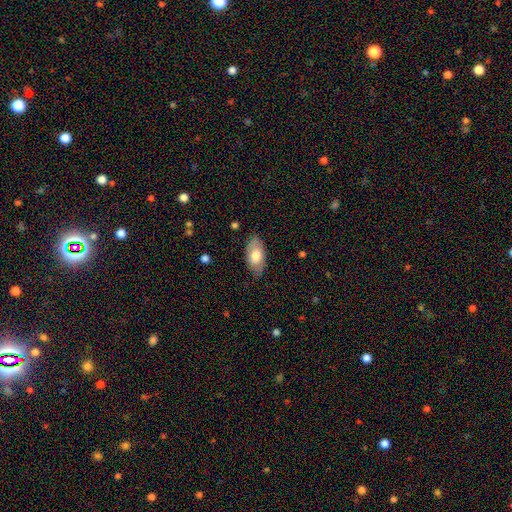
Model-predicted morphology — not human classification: A smooth galaxy with no disk features (71%) that is in between round and cigar-shaped (94%).

Vote fractions:
- Smooth or featured? smooth: 71% / featured or disk: 23% / star or artifact: 6%
- How rounded? in between: 94% / cigar-shaped: 4% / round: 3%
- Merging? none: 78% / minor disturbance: 17% / major disturbance: 4% / merger: 1%